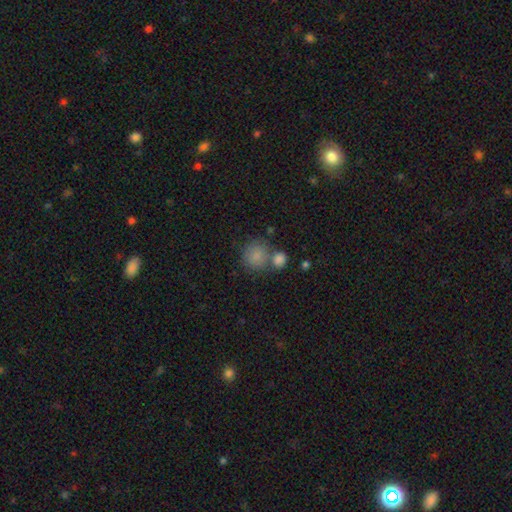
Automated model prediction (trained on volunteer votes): A smooth galaxy with no disk features (84%) that is round (82%).

Vote fractions:
- Smooth or featured? smooth: 84% / star or artifact: 9% / featured or disk: 7%
- How rounded? round: 82% / in between: 17% / cigar-shaped: 1%
- Merging? none: 53% / merger: 29% / minor disturbance: 12% / major disturbance: 5%